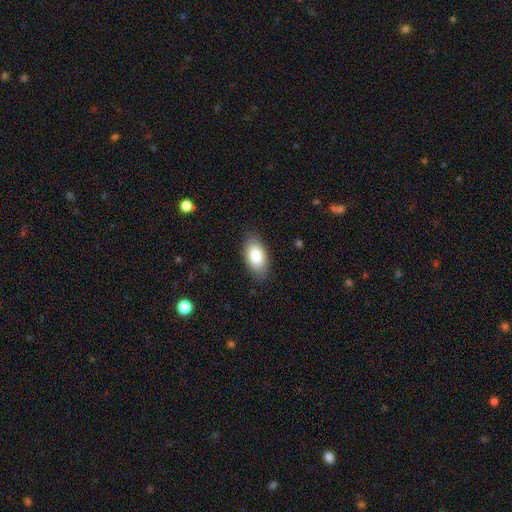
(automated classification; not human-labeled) Smooth or featured? Predicted: smooth (p=0.83). How rounded? Predicted: in between (p=0.94). Merging? Predicted: none (p=0.84).